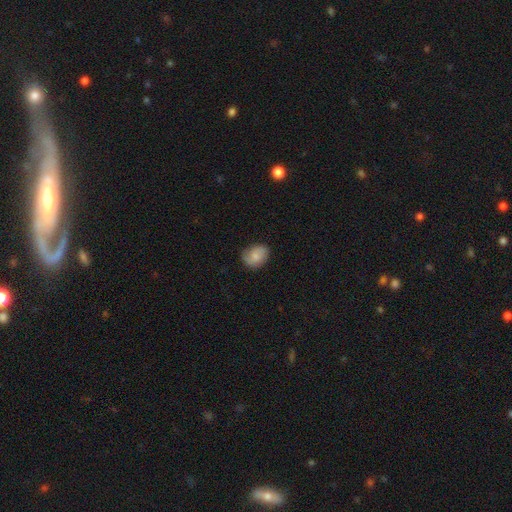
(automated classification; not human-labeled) This is likely a smooth galaxy (71%). How rounded: possibly in between (55%). Merging: likely none (75%).